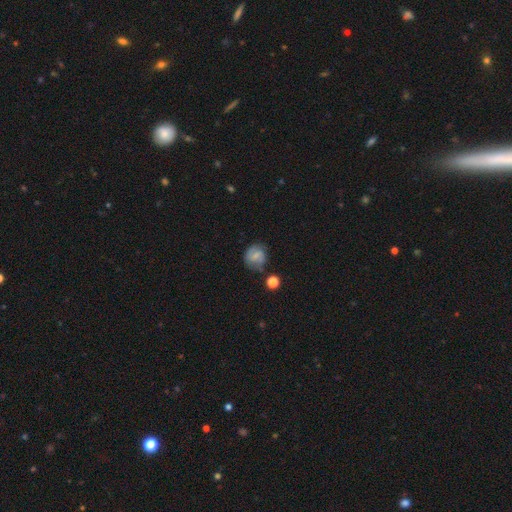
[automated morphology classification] smooth_or_featured: smooth (p=0.56) [alt: featured or disk p=0.33]
how_rounded: round (p=0.76) [alt: in between p=0.23]
merging: none (p=0.65) [alt: minor disturbance p=0.22]